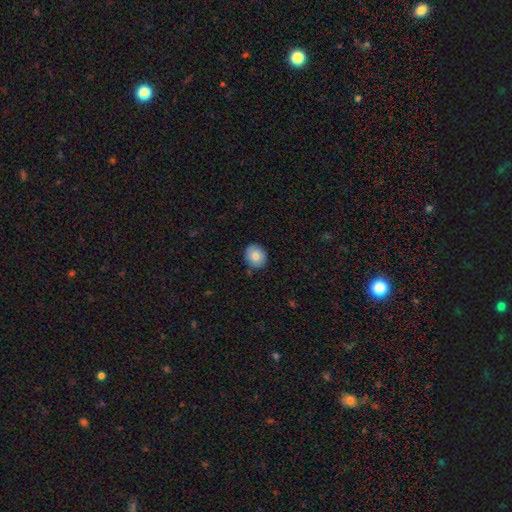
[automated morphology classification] A smooth galaxy with no disk features (77%) that is round (73%). Merging: none (84%).